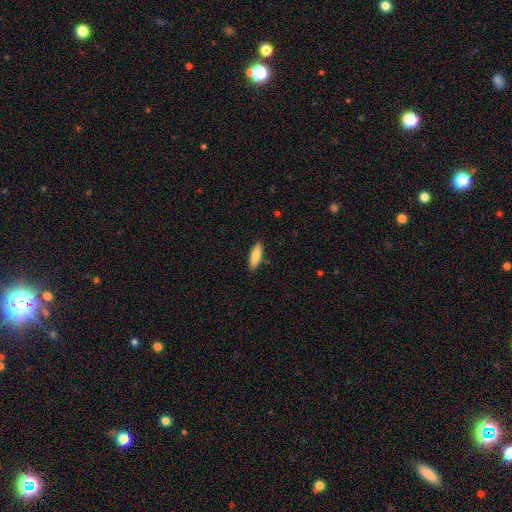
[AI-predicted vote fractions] A smooth galaxy with no disk features (83%) that is in between round and cigar-shaped (51%). Merging: none (88%).